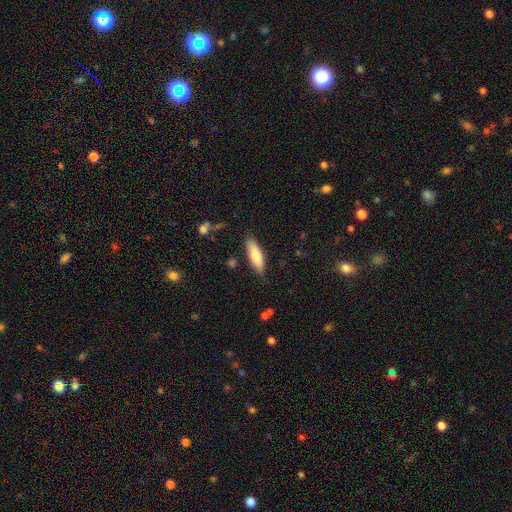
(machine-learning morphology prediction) Q: Smooth or featured?
A: smooth (74%); runner-up: featured or disk (20%)
Q: How rounded?
A: in between (51%); runner-up: cigar-shaped (47%)
Q: Merging?
A: none (84%); runner-up: minor disturbance (12%)